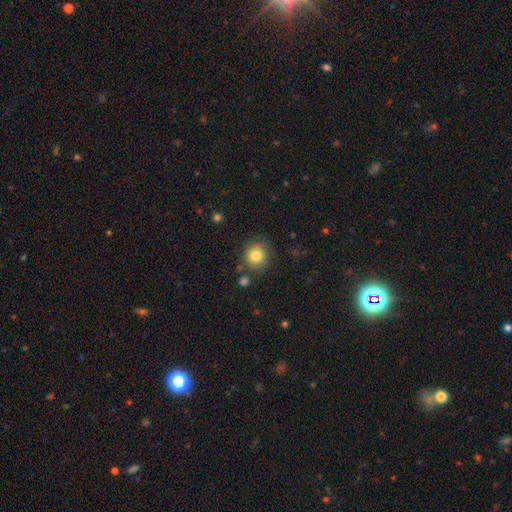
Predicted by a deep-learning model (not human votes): A smooth galaxy with no disk features (82%) that is round (86%).

Vote fractions:
- Smooth or featured? smooth: 82% / star or artifact: 11% / featured or disk: 7%
- How rounded? round: 86% / in between: 13% / cigar-shaped: 1%
- Merging? none: 81% / minor disturbance: 11% / merger: 5% / major disturbance: 4%